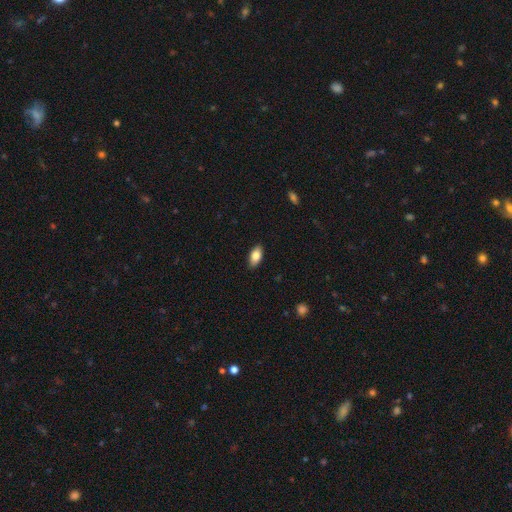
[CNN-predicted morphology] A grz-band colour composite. It shows a smooth galaxy with no disk features (82%) that is in between round and cigar-shaped (92%). Merging: none (88%).